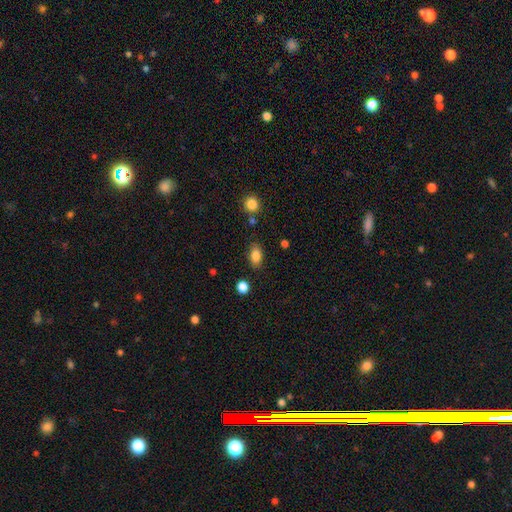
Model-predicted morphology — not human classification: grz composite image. It shows a smooth galaxy with no disk features (84%) that is in between round and cigar-shaped (82%). Merging: none (82%).